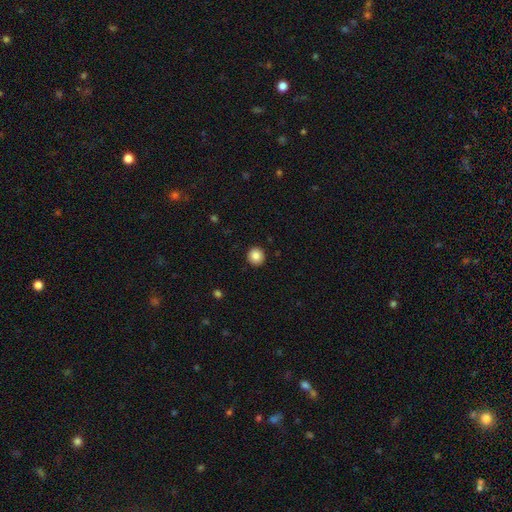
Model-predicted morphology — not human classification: This is clearly a smooth galaxy (86%). How rounded: clearly round (94%). Merging: clearly none (93%).